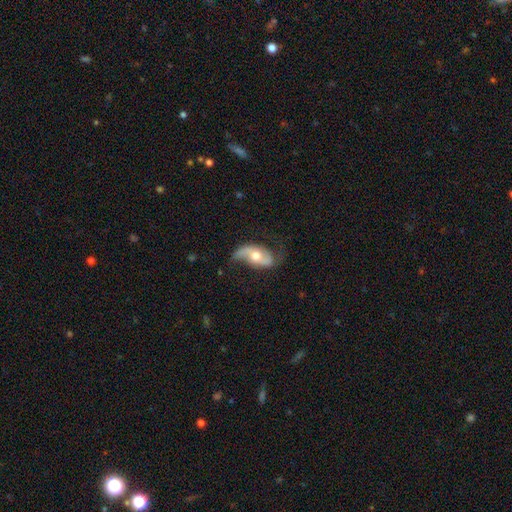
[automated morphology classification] A featured or disk galaxy (71%) with no bar (58%), 2 (87%) loose (73%) spiral arms (88%) and a moderate central bulge (73%).

Vote fractions:
- Smooth or featured? featured or disk: 71% / smooth: 23% / star or artifact: 6%
- Edge-on disk? no: 92% / yes: 8%
- Bar? no: 58% / weak: 28% / strong: 14%
- Spiral arms? yes: 88% / no: 12%
- Spiral winding? loose: 73% / medium: 20% / tight: 6%
- Spiral arm count? 2: 87% / 1: 7% / can't tell: 4% / 3: 1% / 4: 1% / more than 4: 1%
- Bulge size? moderate: 73% / small: 16% / large: 8% / dominant: 1% / none: 1%
- Merging? none: 59% / minor disturbance: 26% / major disturbance: 13% / merger: 2%